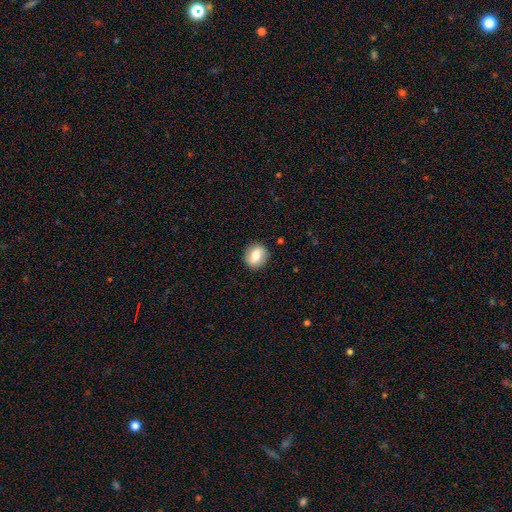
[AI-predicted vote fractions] This is likely a smooth galaxy (75%). How rounded: likely round (63%). Merging: clearly none (87%).